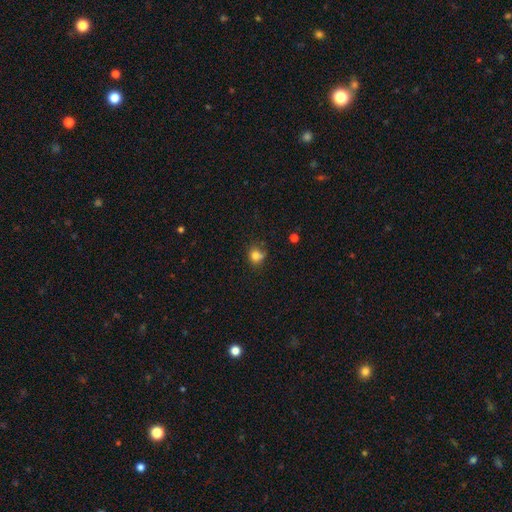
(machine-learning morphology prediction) Smooth or featured?
  - smooth: 78% *
  - star or artifact: 13%
  - featured or disk: 9%
How rounded?
  - round: 70% *
  - in between: 29%
  - cigar-shaped: 1%
Merging?
  - none: 54% *
  - minor disturbance: 23%
  - merger: 15%
  - major disturbance: 9%